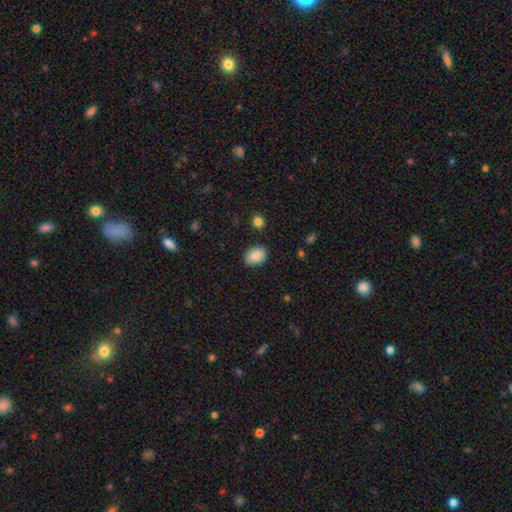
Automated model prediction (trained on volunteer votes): smooth 86%, star or artifact 8%, featured or disk 6%. Down the decision tree: how rounded — in between (68%); merging — none (84%).